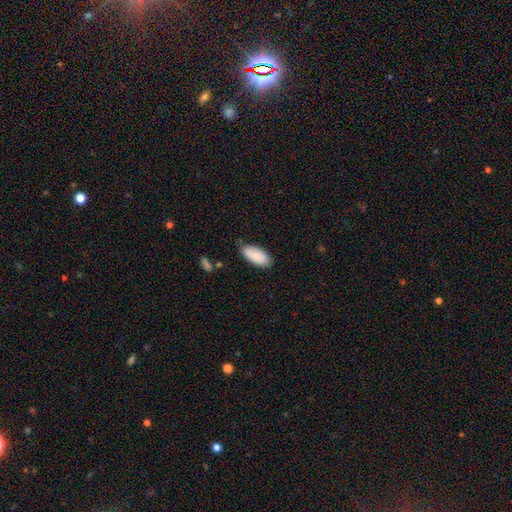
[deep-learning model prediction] Q: Smooth or featured?
A: smooth (83%); runner-up: featured or disk (11%)
Q: How rounded?
A: in between (92%); runner-up: cigar-shaped (7%)
Q: Merging?
A: none (75%); runner-up: minor disturbance (20%)